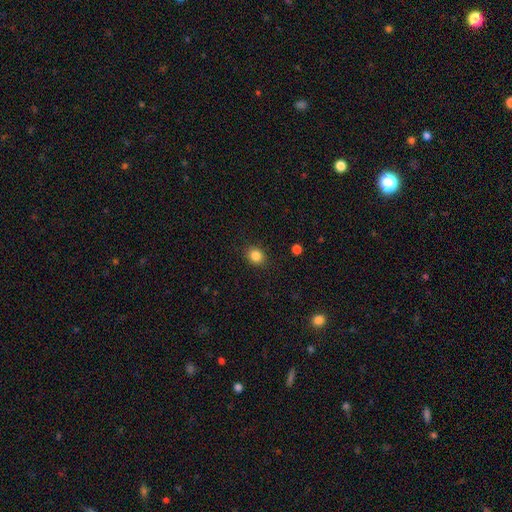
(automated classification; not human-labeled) A smooth galaxy with no disk features (85%) that is round (66%). Merging: none (89%).